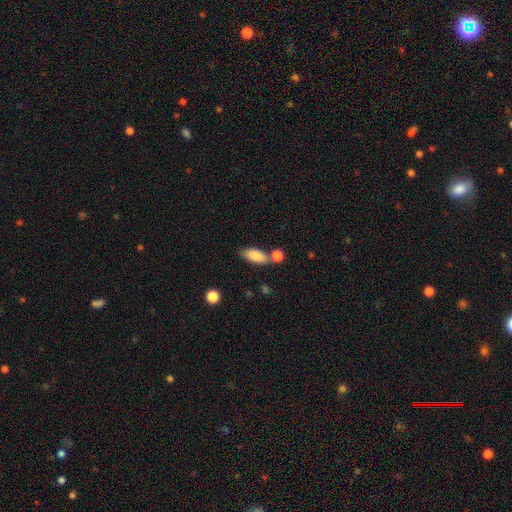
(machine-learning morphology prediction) A smooth galaxy with no disk features (85%) that is in between round and cigar-shaped (83%).

Vote fractions:
- Smooth or featured? smooth: 85% / featured or disk: 8% / star or artifact: 7%
- How rounded? in between: 83% / cigar-shaped: 14% / round: 3%
- Merging? none: 58% / merger: 25% / minor disturbance: 13% / major disturbance: 4%